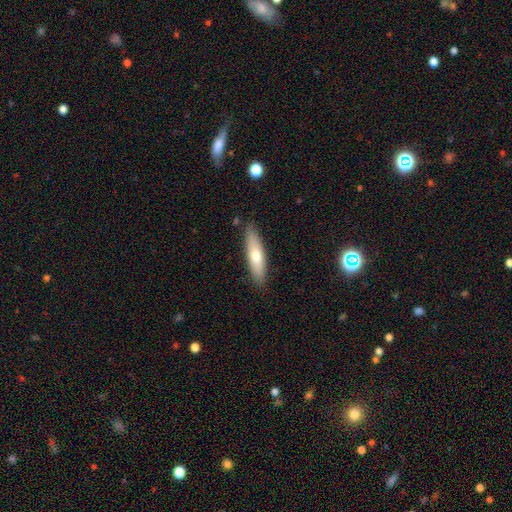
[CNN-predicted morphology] Smooth or featured: smooth — 61% (featured or disk — 32%)
How rounded: cigar-shaped — 70% (in between — 28%)
Merging: none — 87% (minor disturbance — 10%)